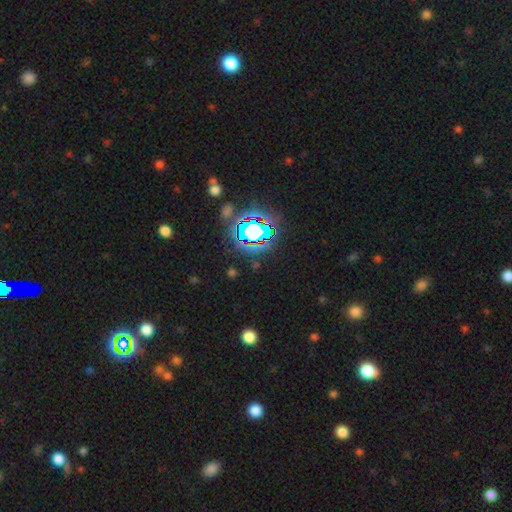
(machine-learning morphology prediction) Smooth or featured? Predicted: star or artifact (p=0.78).